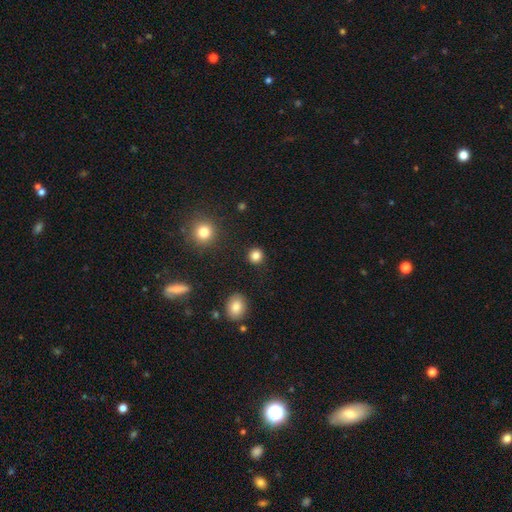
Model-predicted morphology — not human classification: smooth 84%, star or artifact 12%, featured or disk 4%. Down the decision tree: how rounded — round (92%); merging — none (91%).